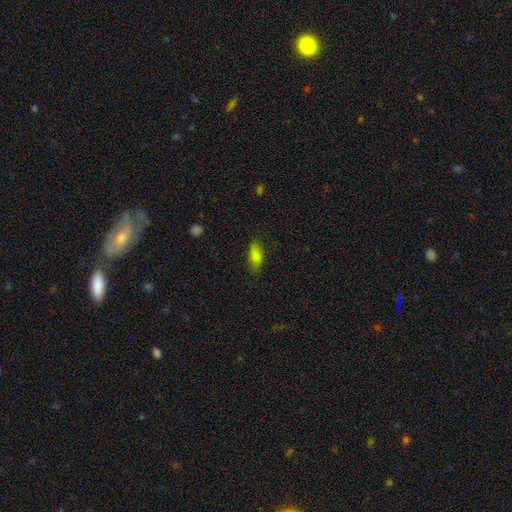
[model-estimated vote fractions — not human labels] Morphology: type=smooth (83%); roundness=in between (82%); merging=none (79%).